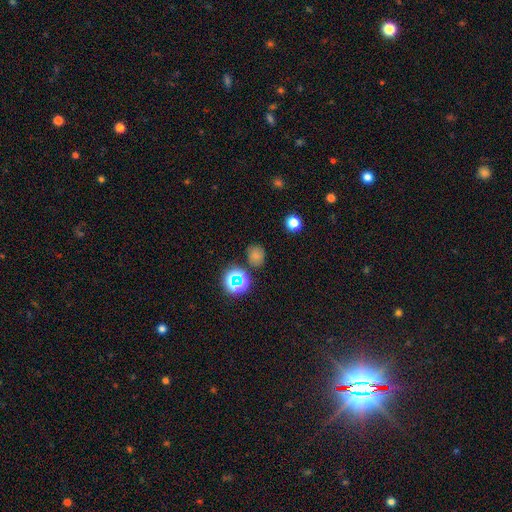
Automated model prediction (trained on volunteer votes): This appears to be a smooth galaxy with no disk features (67%) that is round (70%). Merging: none (78%).